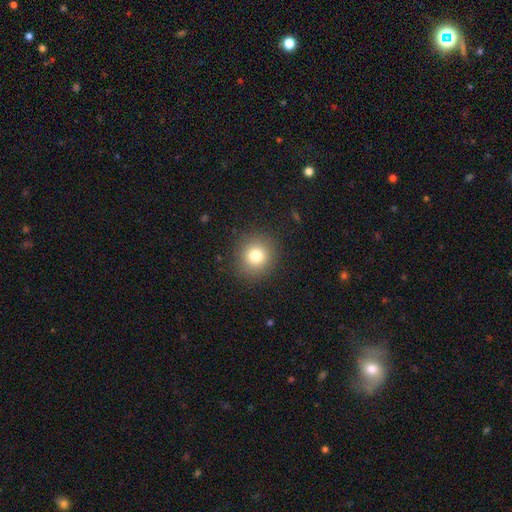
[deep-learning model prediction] Smooth or featured?
  - smooth: 80% *
  - star or artifact: 12%
  - featured or disk: 8%
How rounded?
  - round: 91% *
  - in between: 8%
  - cigar-shaped: 1%
Merging?
  - none: 90% *
  - minor disturbance: 6%
  - major disturbance: 3%
  - merger: 1%